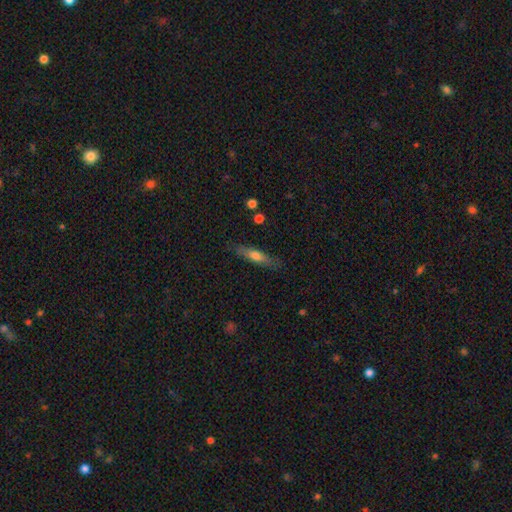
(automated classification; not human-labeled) Smooth or featured?
  - smooth: 57% *
  - featured or disk: 37%
  - star or artifact: 7%
How rounded?
  - cigar-shaped: 78% *
  - in between: 20%
  - round: 2%
Merging?
  - none: 84% *
  - minor disturbance: 11%
  - major disturbance: 3%
  - merger: 2%